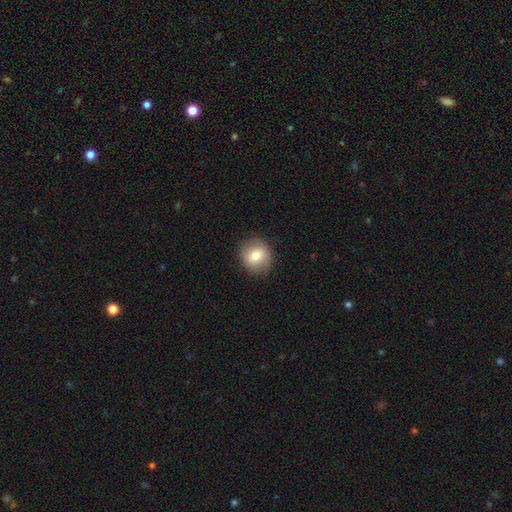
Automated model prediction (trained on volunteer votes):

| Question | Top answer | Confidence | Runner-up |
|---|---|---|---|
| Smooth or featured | smooth | 75% | featured or disk (16%) |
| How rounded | round | 86% | in between (13%) |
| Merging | none | 89% | minor disturbance (8%) |